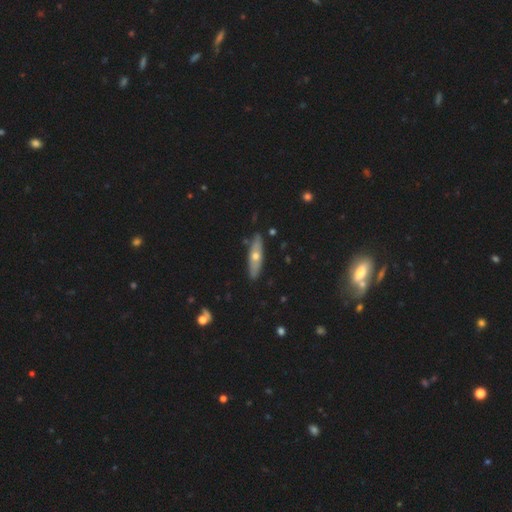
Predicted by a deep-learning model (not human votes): smooth_or_featured: featured or disk (p=0.50) [alt: smooth p=0.43]
disk_edge_on: yes (p=0.67) [alt: no p=0.33]
merging: none (p=0.85) [alt: minor disturbance p=0.11]